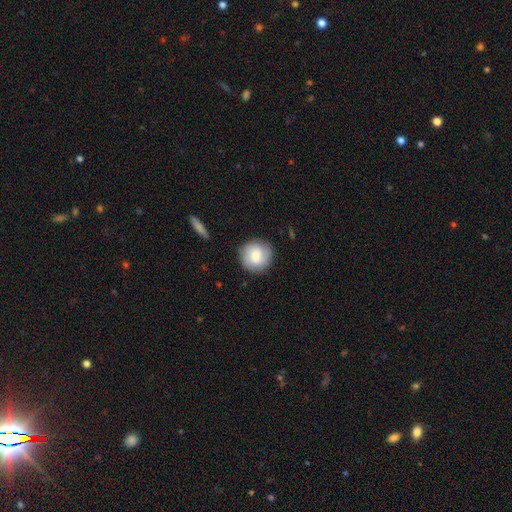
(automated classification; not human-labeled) The model was most divided on "smooth or featured": smooth: 76%, featured or disk: 18%, star or artifact: 7%. More confident: how rounded — round (92%); merging — none (85%).